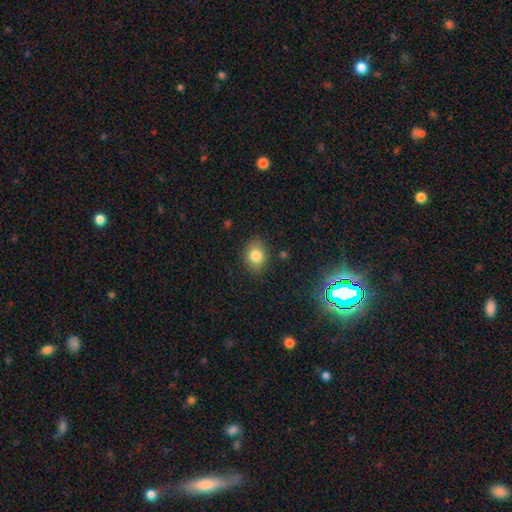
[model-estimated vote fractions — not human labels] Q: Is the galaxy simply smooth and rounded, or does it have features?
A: smooth — 81%.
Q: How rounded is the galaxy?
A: in between — 55%.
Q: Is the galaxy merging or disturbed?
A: none — 82%.